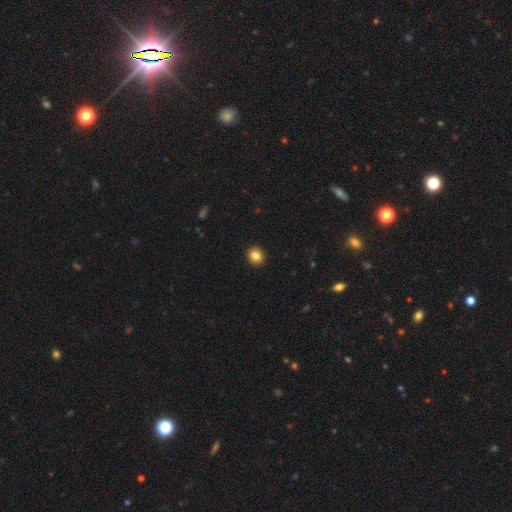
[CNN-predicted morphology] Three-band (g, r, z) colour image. It shows a smooth galaxy with no disk features (84%) that is round (79%). Merging: none (93%).